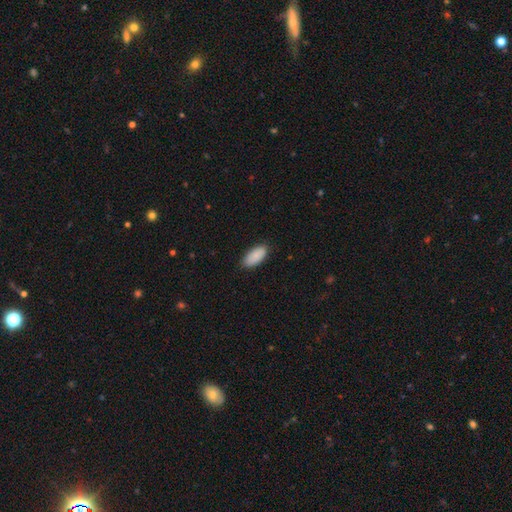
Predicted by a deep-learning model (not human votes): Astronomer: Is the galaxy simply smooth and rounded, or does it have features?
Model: smooth — 89%.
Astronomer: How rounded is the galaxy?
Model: in between — 91%.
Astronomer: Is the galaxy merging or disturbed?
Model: none — 84%.